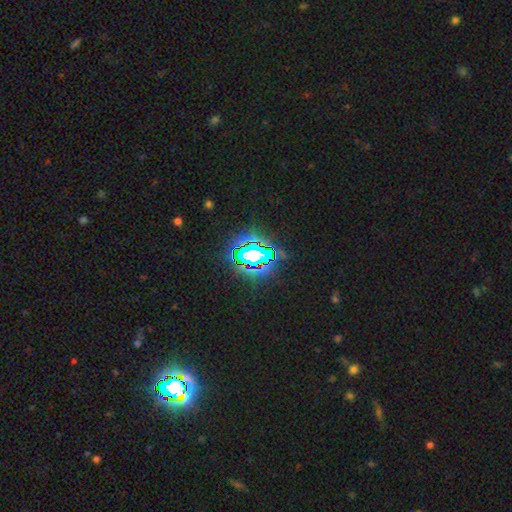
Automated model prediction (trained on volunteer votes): A star or artifact, not a galaxy (72%).